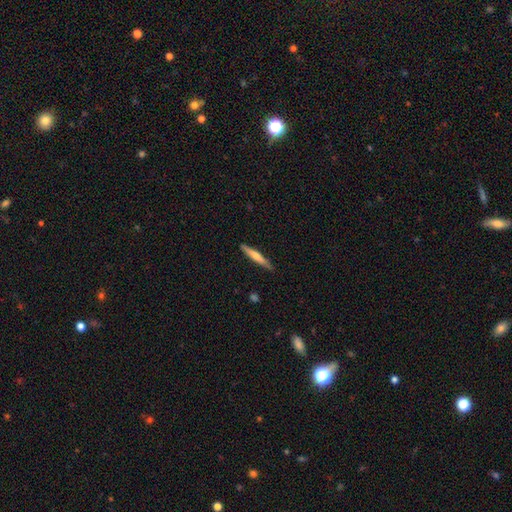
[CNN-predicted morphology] A smooth galaxy with no disk features (54%) that is cigar-shaped (93%). Merging: none (86%).